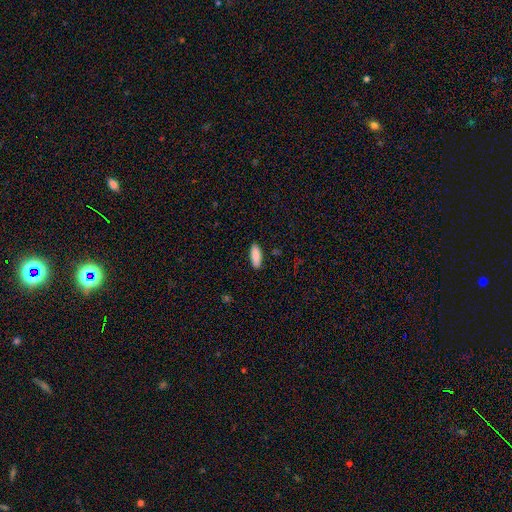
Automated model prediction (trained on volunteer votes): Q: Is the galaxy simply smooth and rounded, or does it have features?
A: smooth — 89%.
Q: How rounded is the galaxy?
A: in between — 73%.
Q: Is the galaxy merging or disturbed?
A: none — 87%.